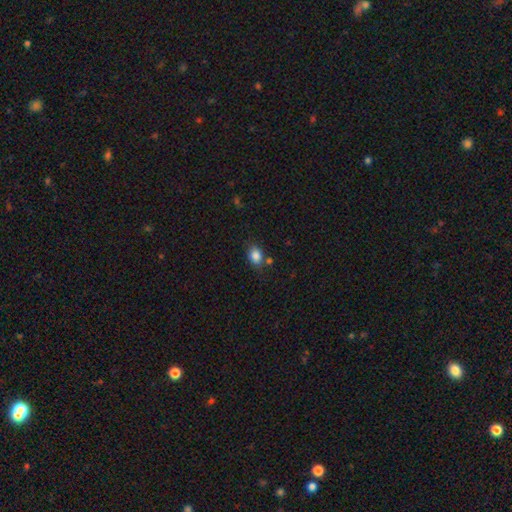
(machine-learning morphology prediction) smooth-or-featured: smooth: 84% | star or artifact: 10% | featured or disk: 6%
  how-rounded: in between: 63% | round: 35% | cigar-shaped: 1%
  merging: none: 73% | minor disturbance: 15% | merger: 9% | major disturbance: 4%